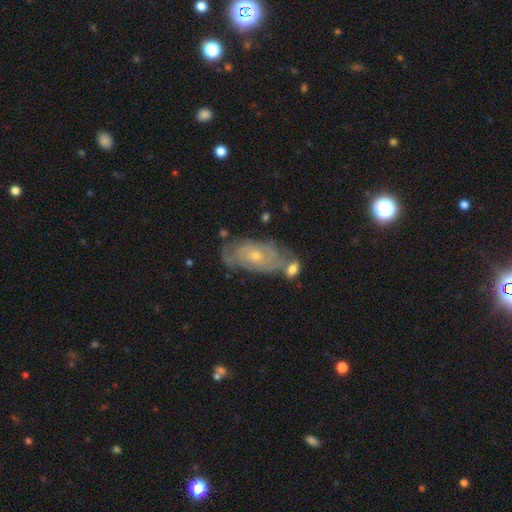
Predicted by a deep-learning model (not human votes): Morphology: type=featured or disk (69%); edge-on=no (91%); bar=no (79%); spiral arms=yes (74%); bulge=small (61%); merging=none (54%).